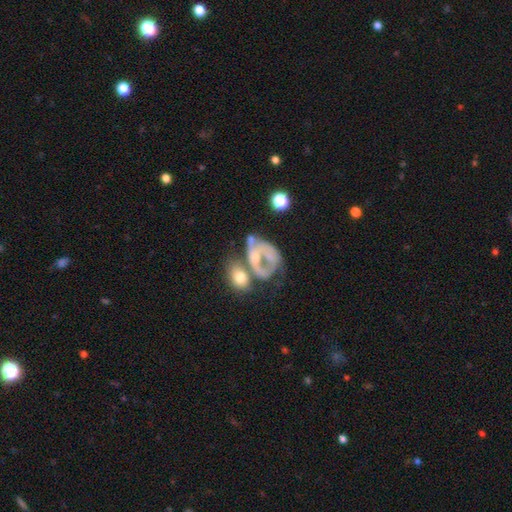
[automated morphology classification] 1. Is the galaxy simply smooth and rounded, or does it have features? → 54% featured or disk, 35% smooth, 11% star or artifact.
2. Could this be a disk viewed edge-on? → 96% no, 4% yes.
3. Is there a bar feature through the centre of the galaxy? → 79% no, 16% weak, 6% strong.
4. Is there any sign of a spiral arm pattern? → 68% no, 32% yes.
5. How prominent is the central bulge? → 38% small, 29% moderate, 27% none, 4% large, 2% dominant.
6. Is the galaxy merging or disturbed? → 36% merger, 29% major disturbance, 20% none, 15% minor disturbance.